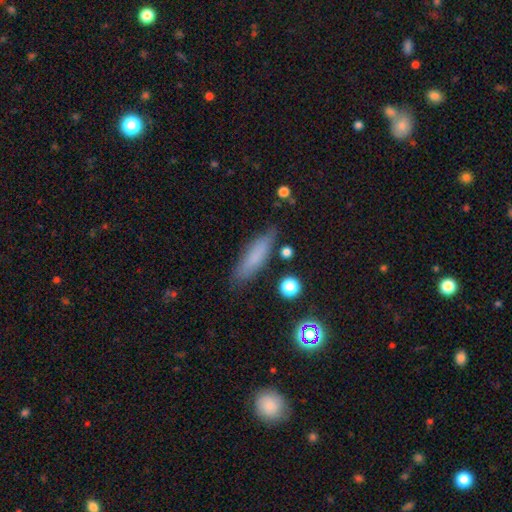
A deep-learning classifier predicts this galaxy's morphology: Smooth or featured? Predicted: smooth (p=0.74). How rounded? Predicted: cigar-shaped (p=0.68). Merging? Predicted: none (p=0.80).